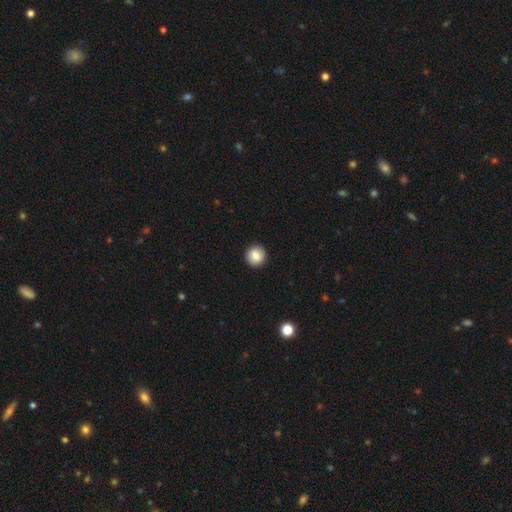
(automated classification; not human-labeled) Smooth or featured? smooth (81%)
How rounded? round (92%)
Merging? none (92%)